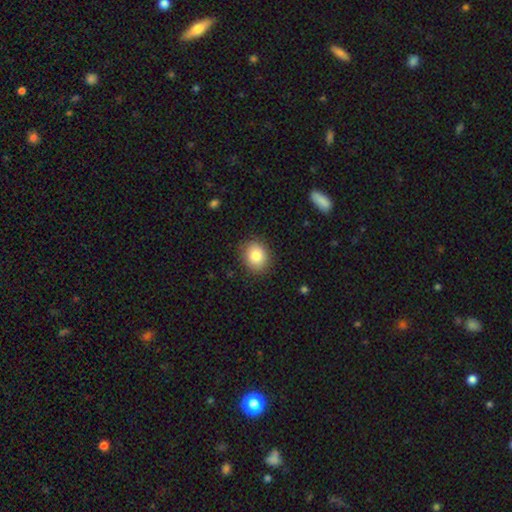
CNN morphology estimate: type=smooth (84%); roundness=round (61%); merging=none (87%).